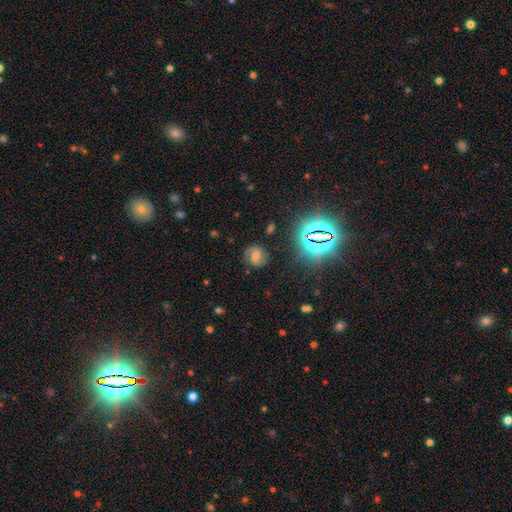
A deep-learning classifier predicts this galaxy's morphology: smooth-or-featured: star or artifact: 40% | featured or disk: 35% | smooth: 25%